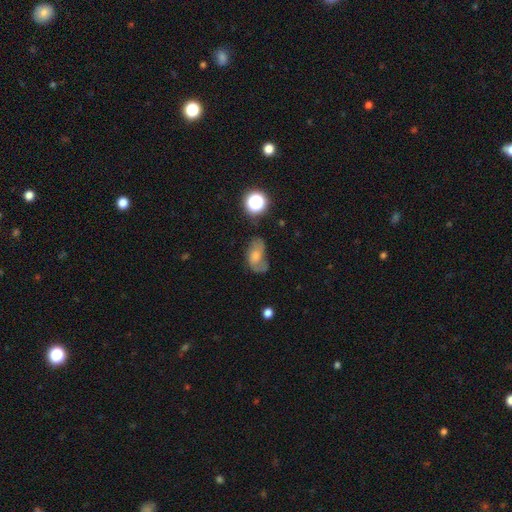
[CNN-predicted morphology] Q: Smooth or featured?
A: smooth (51%); runner-up: featured or disk (37%)
Q: How rounded?
A: in between (85%); runner-up: round (12%)
Q: Merging?
A: none (38%); runner-up: minor disturbance (30%)